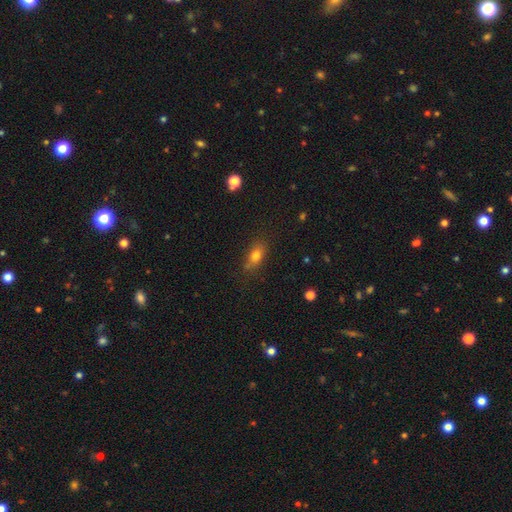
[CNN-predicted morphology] This is likely a smooth galaxy (76%). How rounded: likely in between (76%). Merging: likely none (73%).